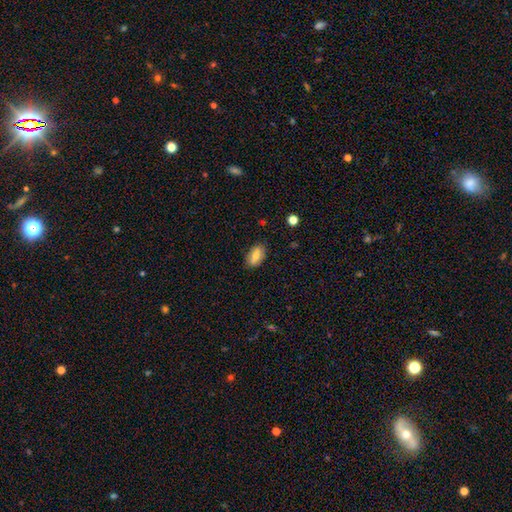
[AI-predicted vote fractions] Q: Smooth or featured?
A: smooth (72%); runner-up: featured or disk (20%)
Q: How rounded?
A: in between (89%); runner-up: round (6%)
Q: Merging?
A: none (82%); runner-up: minor disturbance (14%)